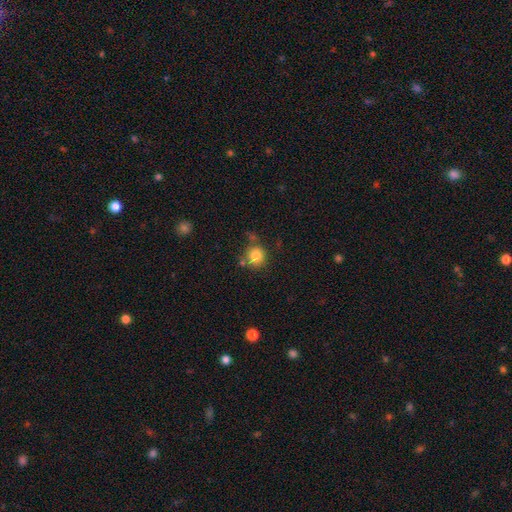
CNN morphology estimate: smooth 83%, star or artifact 10%, featured or disk 6%. Down the decision tree: how rounded — round (81%); merging — none (65%).